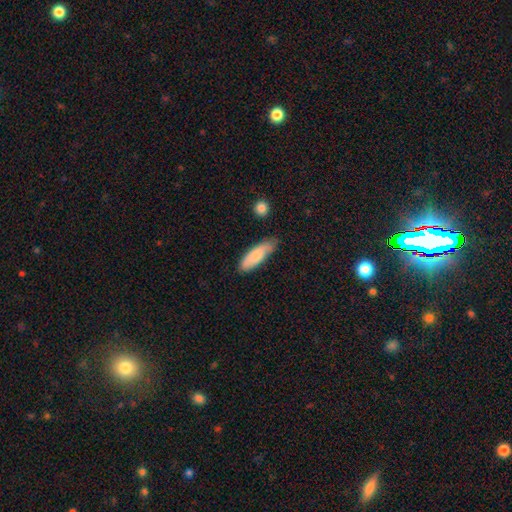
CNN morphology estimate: Smooth or featured? Predicted: smooth (p=0.79). How rounded? Predicted: in between (p=0.55). Merging? Predicted: none (p=0.65).